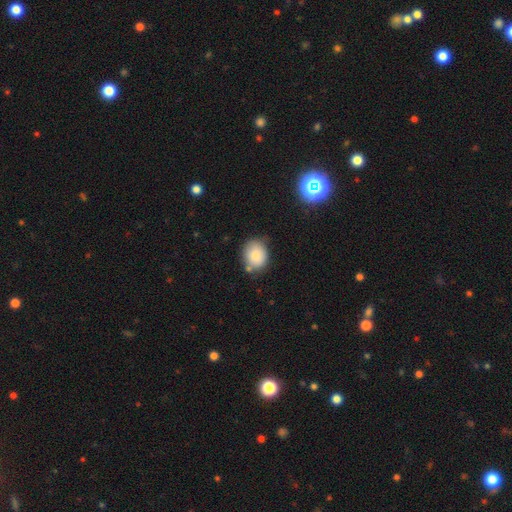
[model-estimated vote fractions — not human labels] Q: Smooth or featured?
A: smooth (80%); runner-up: featured or disk (11%)
Q: How rounded?
A: round (53%); runner-up: in between (46%)
Q: Merging?
A: none (70%); runner-up: minor disturbance (19%)